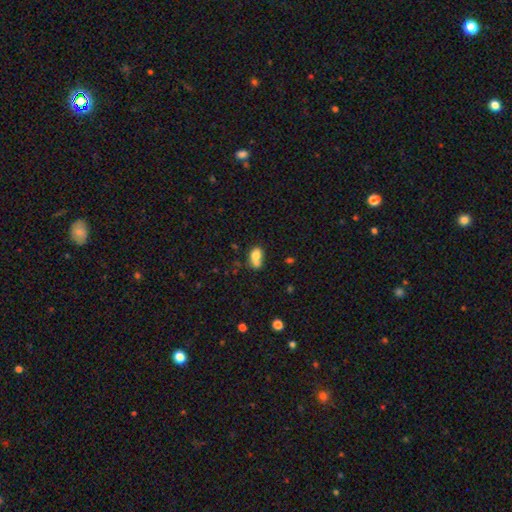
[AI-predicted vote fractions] smooth-or-featured: smooth: 76% | featured or disk: 14% | star or artifact: 10%
  how-rounded: in between: 71% | round: 27% | cigar-shaped: 2%
  merging: merger: 48% | none: 29% | minor disturbance: 15% | major disturbance: 7%